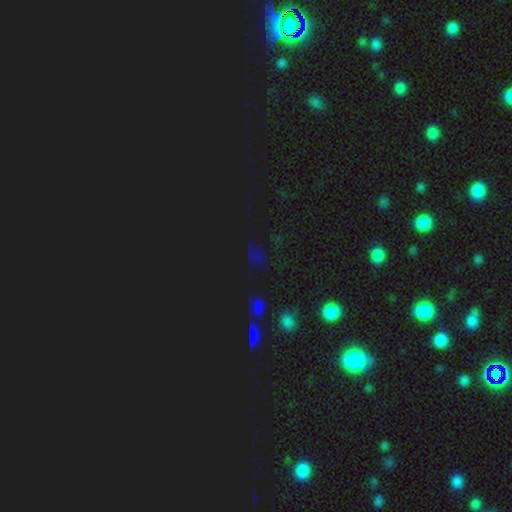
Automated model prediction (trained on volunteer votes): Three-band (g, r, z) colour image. It shows a star or artifact, not a galaxy (75%).